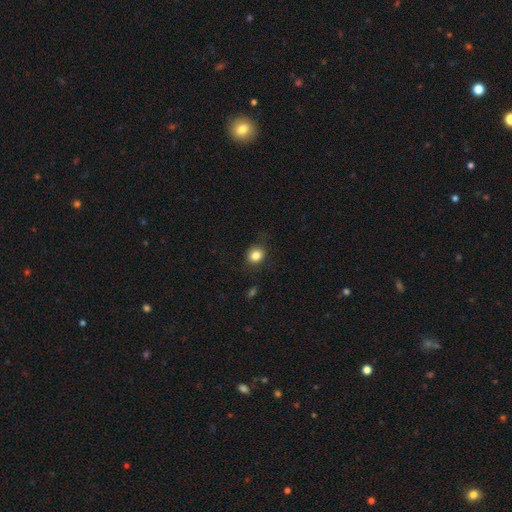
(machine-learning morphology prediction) Smooth or featured? Predicted: smooth (p=0.83). How rounded? Predicted: round (p=0.71). Merging? Predicted: none (p=0.81).